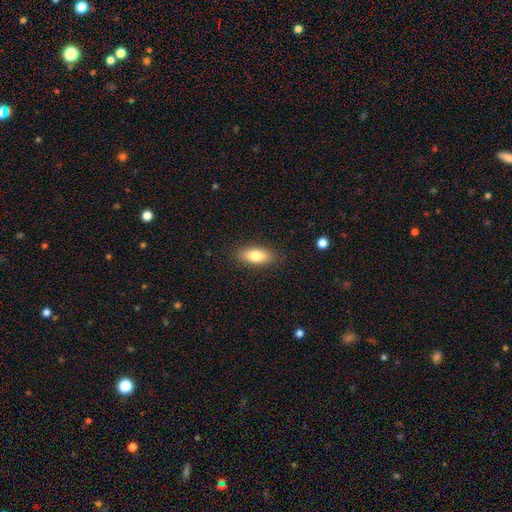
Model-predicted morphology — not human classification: Smooth or featured? Predicted: smooth (p=0.79). How rounded? Predicted: in between (p=0.79). Merging? Predicted: none (p=0.87).